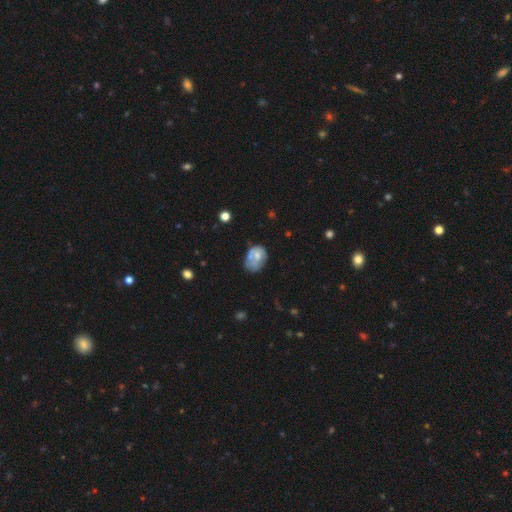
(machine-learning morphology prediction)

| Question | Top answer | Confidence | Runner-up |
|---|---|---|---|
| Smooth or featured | smooth | 51% | featured or disk (40%) |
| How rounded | in between | 69% | round (30%) |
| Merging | none | 34% | minor disturbance (33%) |